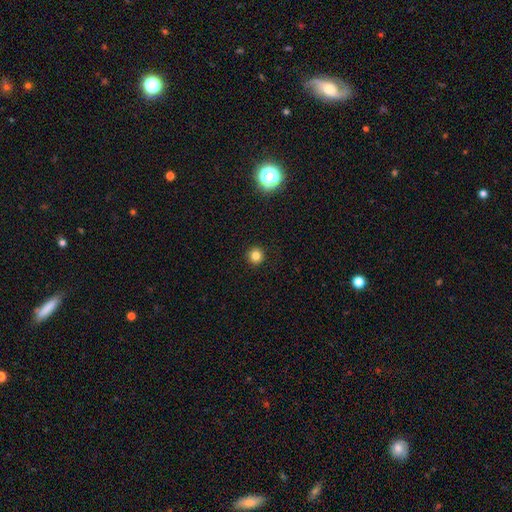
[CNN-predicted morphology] type=smooth (82%); roundness=round (95%); merging=none (93%).